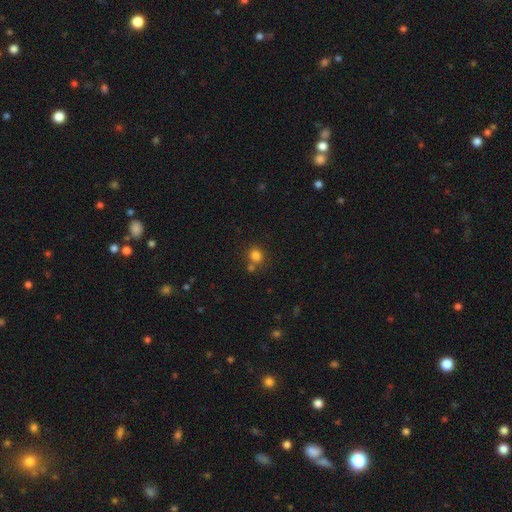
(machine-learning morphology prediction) Smooth or featured? Predicted: smooth (p=0.80). How rounded? Predicted: round (p=0.79). Merging? Predicted: none (p=0.67).